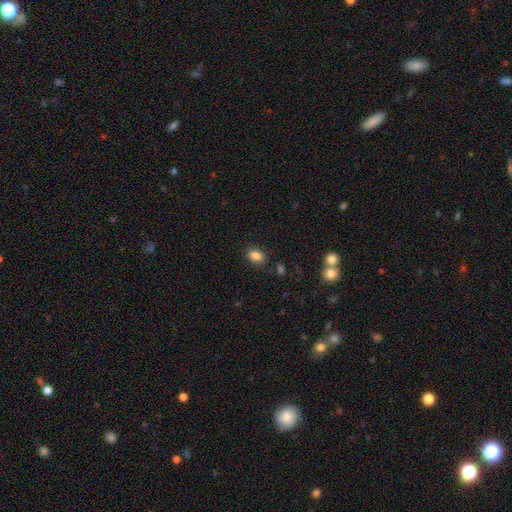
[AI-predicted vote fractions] This is clearly a smooth galaxy (85%). How rounded: clearly in between (84%). Merging: clearly none (82%).